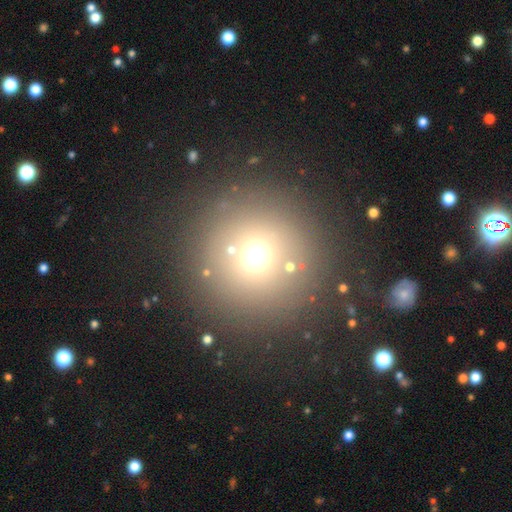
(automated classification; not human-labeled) smooth 63%, star or artifact 26%, featured or disk 11%. Down the decision tree: how rounded — round (93%); merging — none (84%).